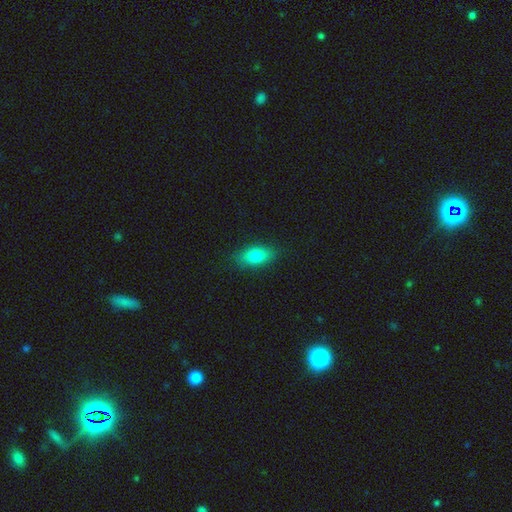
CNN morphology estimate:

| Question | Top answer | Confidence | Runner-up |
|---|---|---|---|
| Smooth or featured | smooth | 80% | featured or disk (11%) |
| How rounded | in between | 85% | cigar-shaped (8%) |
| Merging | none | 85% | minor disturbance (11%) |